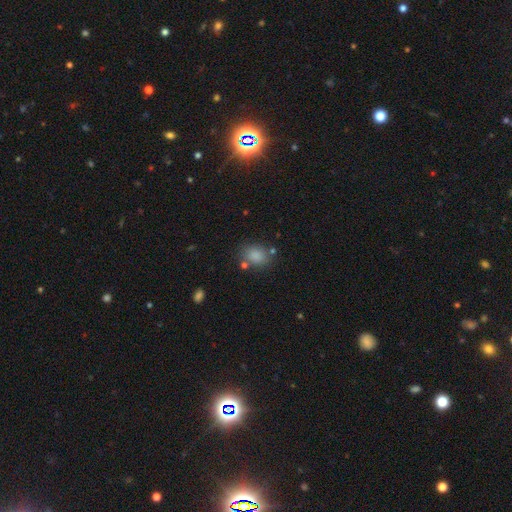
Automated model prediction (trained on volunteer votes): Smooth or featured? smooth (84%)
How rounded? in between (57%)
Merging? none (74%)